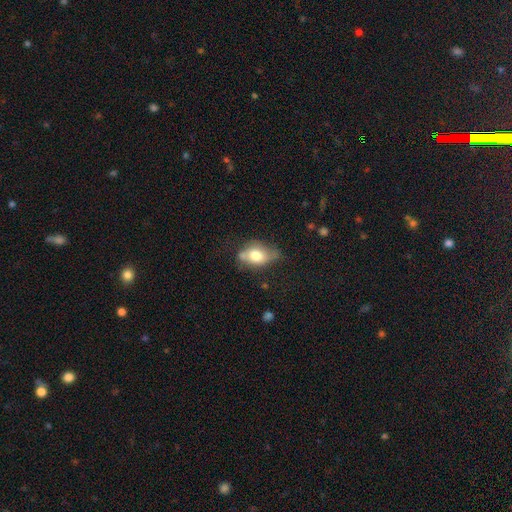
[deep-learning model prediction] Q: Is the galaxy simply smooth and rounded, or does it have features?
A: smooth — 67%.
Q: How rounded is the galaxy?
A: in between — 83%.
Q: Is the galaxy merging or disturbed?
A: none — 43%.